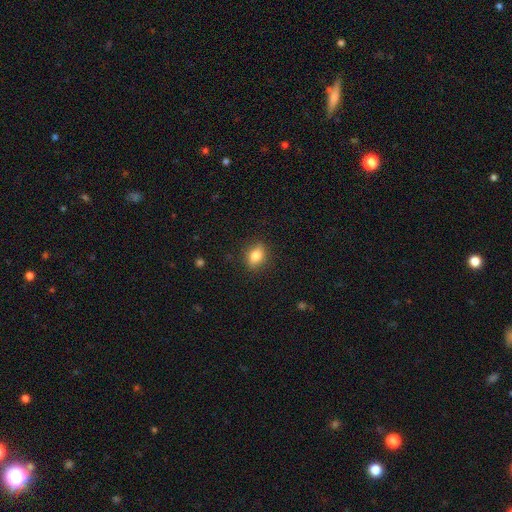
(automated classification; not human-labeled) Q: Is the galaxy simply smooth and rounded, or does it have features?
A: smooth — 77%.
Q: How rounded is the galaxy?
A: in between — 69%.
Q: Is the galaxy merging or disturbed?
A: none — 85%.